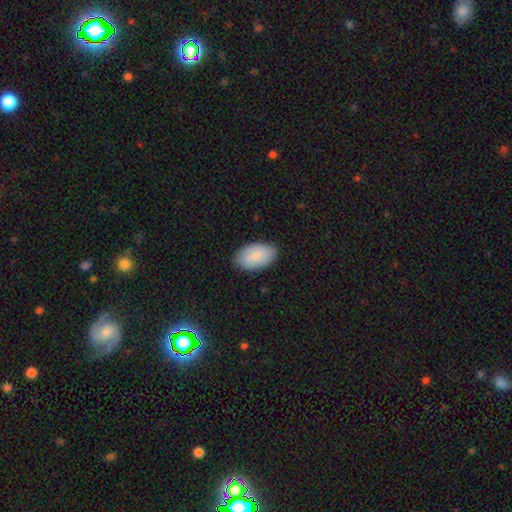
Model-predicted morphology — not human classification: Smooth or featured? Predicted: smooth (p=0.79). How rounded? Predicted: in between (p=0.93). Merging? Predicted: none (p=0.83).